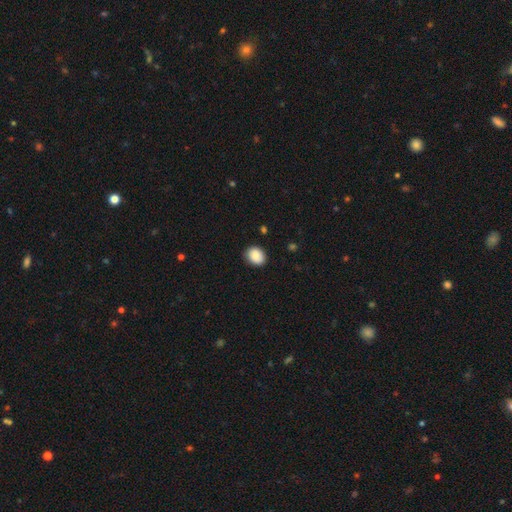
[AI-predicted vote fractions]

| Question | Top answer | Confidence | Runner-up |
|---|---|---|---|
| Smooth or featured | smooth | 88% | star or artifact (7%) |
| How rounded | round | 50% | in between (49%) |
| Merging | none | 85% | minor disturbance (12%) |